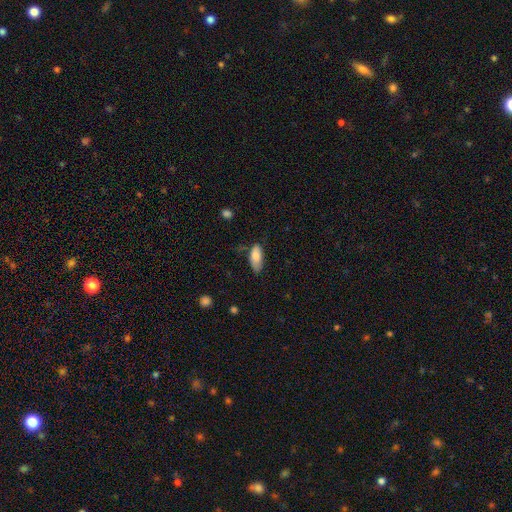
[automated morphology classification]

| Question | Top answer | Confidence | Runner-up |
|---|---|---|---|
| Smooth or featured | smooth | 82% | featured or disk (11%) |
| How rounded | in between | 85% | cigar-shaped (13%) |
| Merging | none | 66% | minor disturbance (26%) |